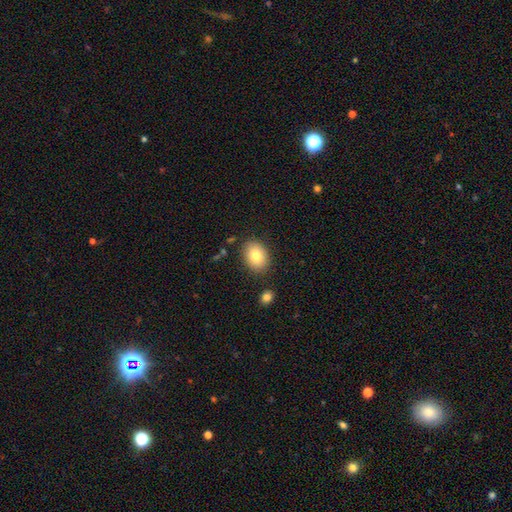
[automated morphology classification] Smooth or featured? smooth (82%)
How rounded? in between (73%)
Merging? none (85%)